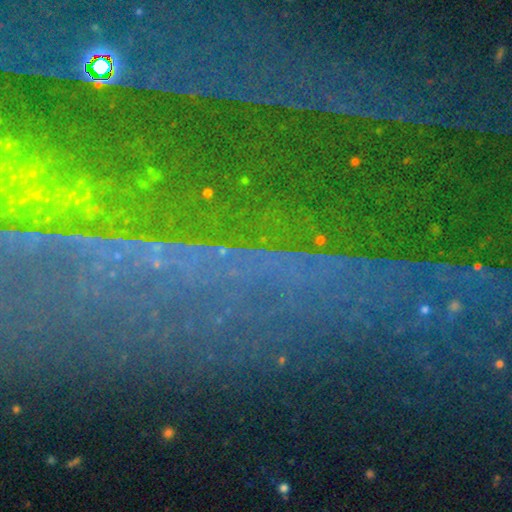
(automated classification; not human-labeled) Smooth or featured: star or artifact — 83% (featured or disk — 9%)